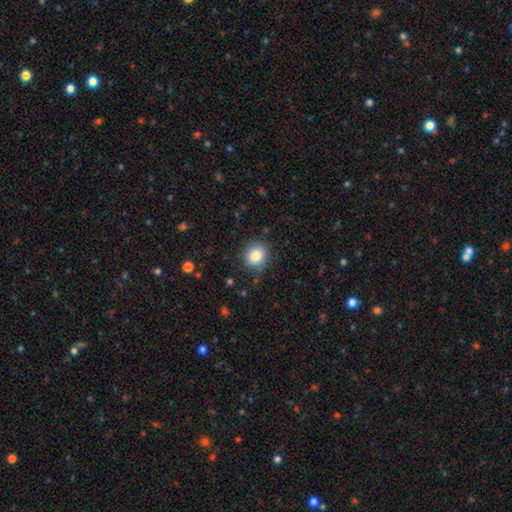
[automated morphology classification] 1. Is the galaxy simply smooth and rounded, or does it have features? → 83% smooth, 10% star or artifact, 7% featured or disk.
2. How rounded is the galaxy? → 81% round, 18% in between, 1% cigar-shaped.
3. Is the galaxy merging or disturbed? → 84% none, 11% minor disturbance, 3% major disturbance, 1% merger.